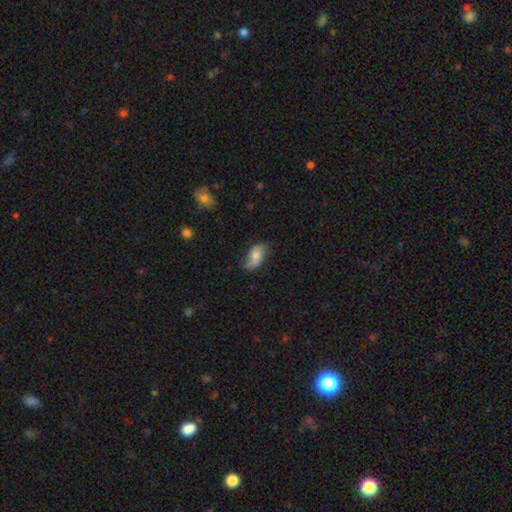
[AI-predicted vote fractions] smooth 54%, featured or disk 39%, star or artifact 7%. Down the decision tree: how rounded — in between (91%); merging — none (64%).